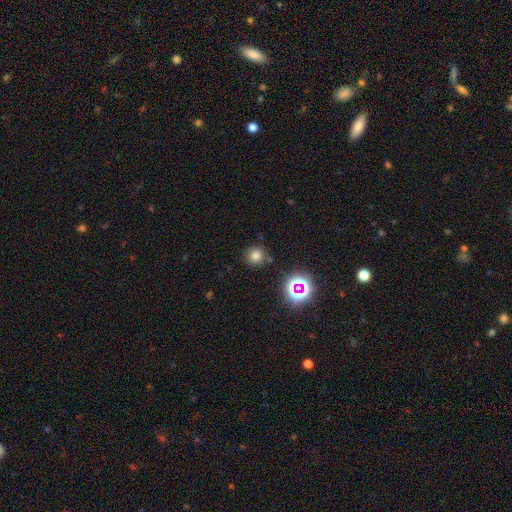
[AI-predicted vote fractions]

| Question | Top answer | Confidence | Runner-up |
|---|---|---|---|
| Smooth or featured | smooth | 72% | star or artifact (21%) |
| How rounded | round | 93% | in between (6%) |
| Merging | none | 83% | minor disturbance (9%) |